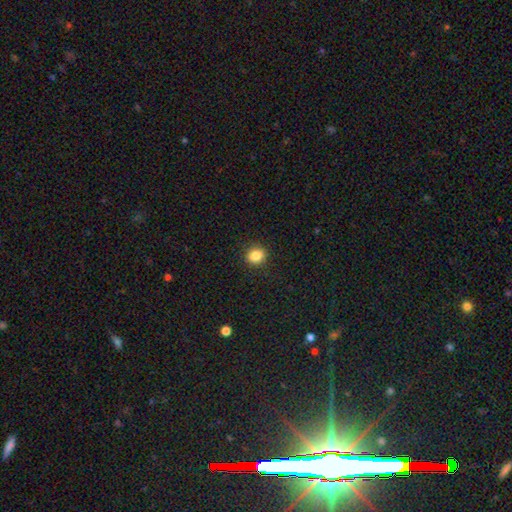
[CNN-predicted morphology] A smooth galaxy with no disk features (85%) that is round (76%). Merging: none (91%).